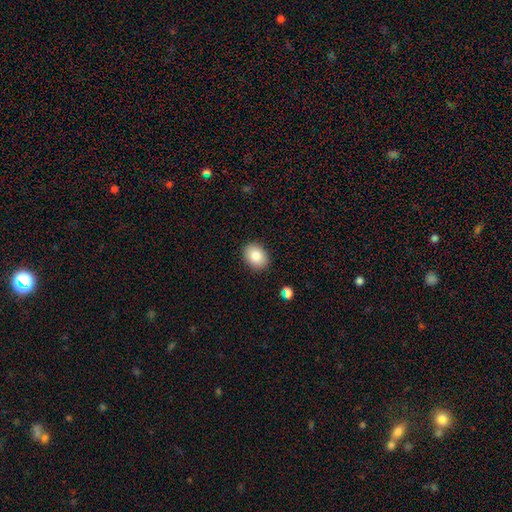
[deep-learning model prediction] Q: Smooth or featured?
A: smooth (83%); runner-up: star or artifact (8%)
Q: How rounded?
A: in between (62%); runner-up: round (38%)
Q: Merging?
A: none (89%); runner-up: minor disturbance (8%)